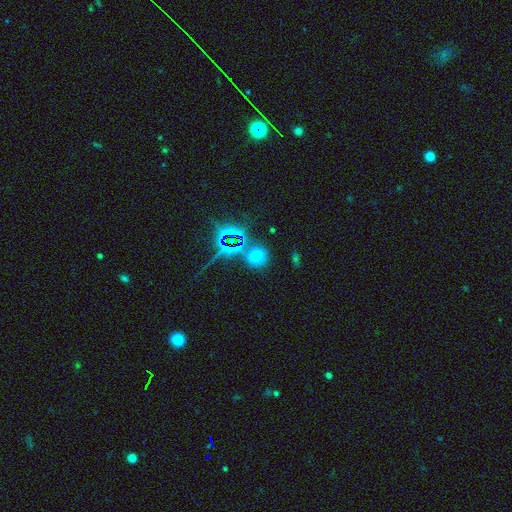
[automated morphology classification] This is possibly a smooth galaxy (56%). How rounded: possibly round (58%). Merging: likely none (69%).